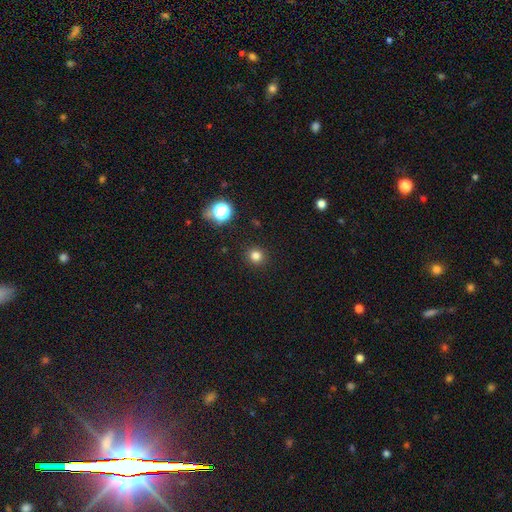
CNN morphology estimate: Smooth or featured: smooth — 80% (star or artifact — 16%)
How rounded: round — 93% (in between — 6%)
Merging: none — 92% (minor disturbance — 5%)